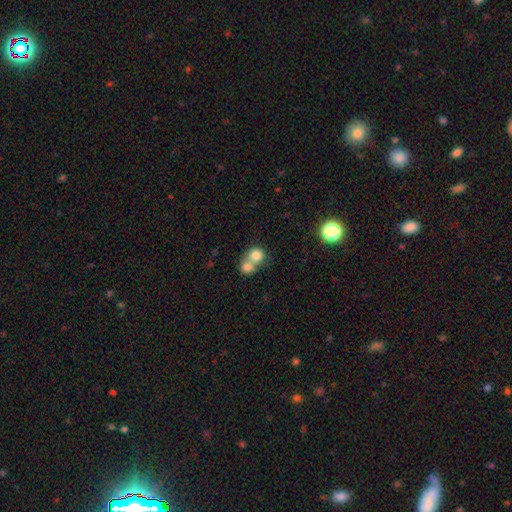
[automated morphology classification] smooth-or-featured: smooth: 77% | featured or disk: 13% | star or artifact: 10%
  how-rounded: round: 78% | in between: 21% | cigar-shaped: 1%
  merging: merger: 68% | none: 25% | minor disturbance: 4% | major disturbance: 2%